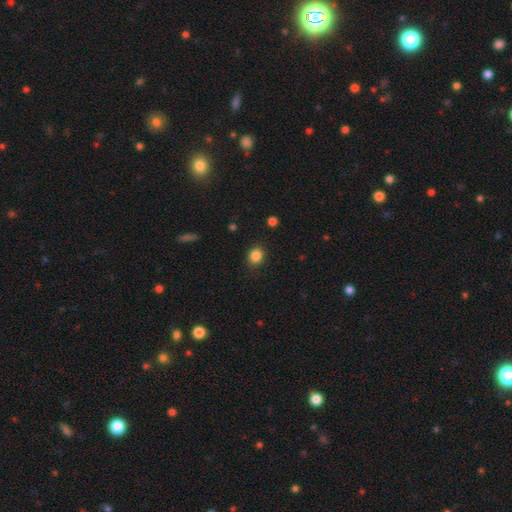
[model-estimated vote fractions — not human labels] Overall: smooth (85%). How rounded: round (65%; in between 34%). Merging: none (85%).